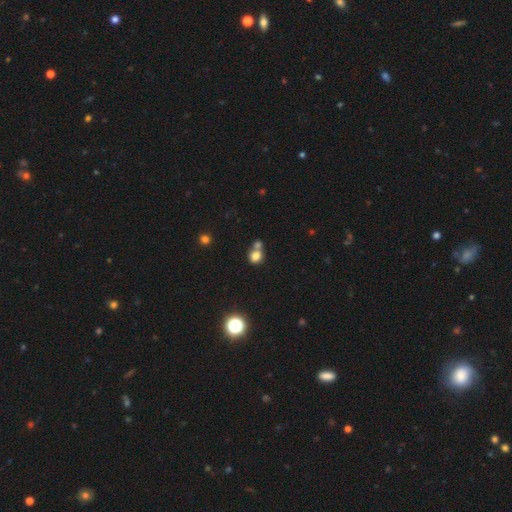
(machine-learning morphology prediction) This appears to be a smooth galaxy with no disk features (78%) that is round (70%). Merging: merger (44%, tied with none).